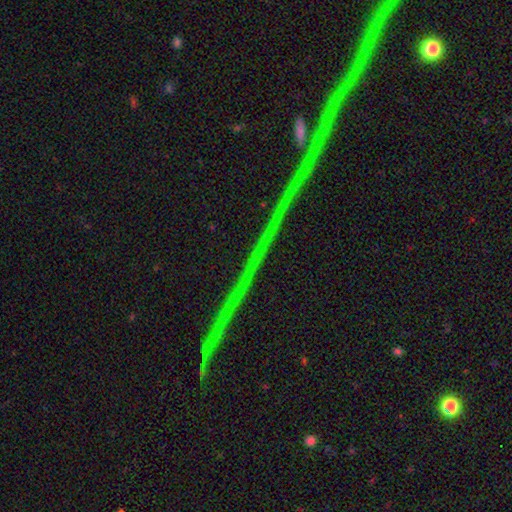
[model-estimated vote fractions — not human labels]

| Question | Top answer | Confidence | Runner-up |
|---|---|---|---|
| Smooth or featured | star or artifact | 83% | featured or disk (12%) |